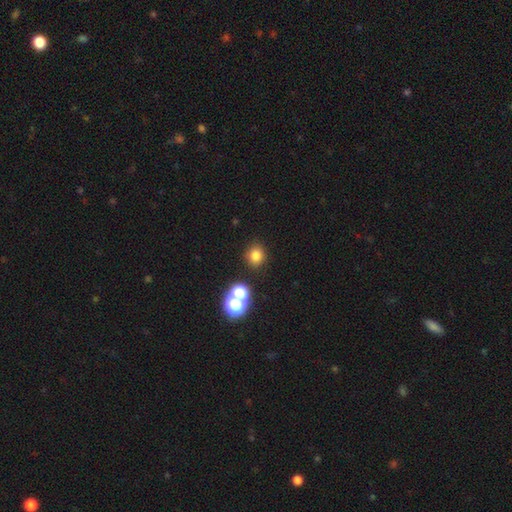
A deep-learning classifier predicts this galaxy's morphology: Smooth or featured? smooth (77%)
How rounded? round (83%)
Merging? none (84%)